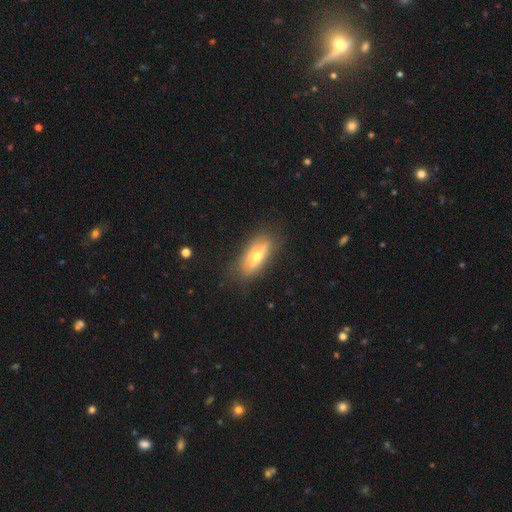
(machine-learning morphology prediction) type=featured or disk (53%); edge-on=yes (74%); merging=none (81%).